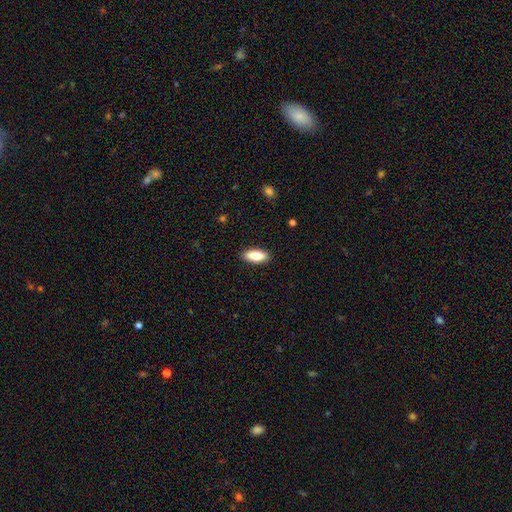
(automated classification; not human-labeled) A smooth galaxy with no disk features (84%) that is in between round and cigar-shaped (80%).

Vote fractions:
- Smooth or featured? smooth: 84% / featured or disk: 9% / star or artifact: 6%
- How rounded? in between: 80% / cigar-shaped: 18% / round: 2%
- Merging? none: 90% / minor disturbance: 8% / major disturbance: 2% / merger: 1%